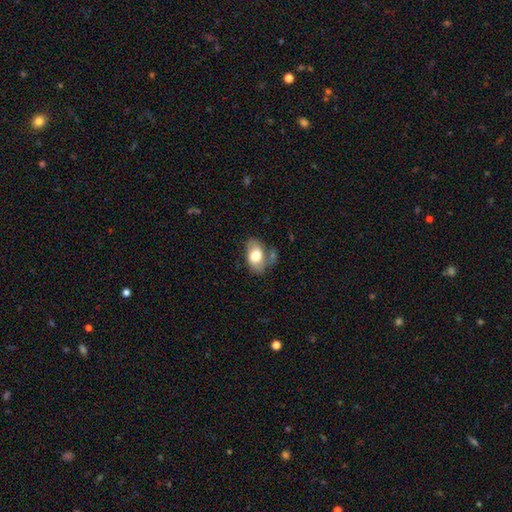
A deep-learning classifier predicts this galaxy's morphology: The model was most divided on "merging": none: 51%, minor disturbance: 26%, merger: 13%, major disturbance: 10%. More confident: how rounded — in between (89%); smooth or featured — smooth (71%).